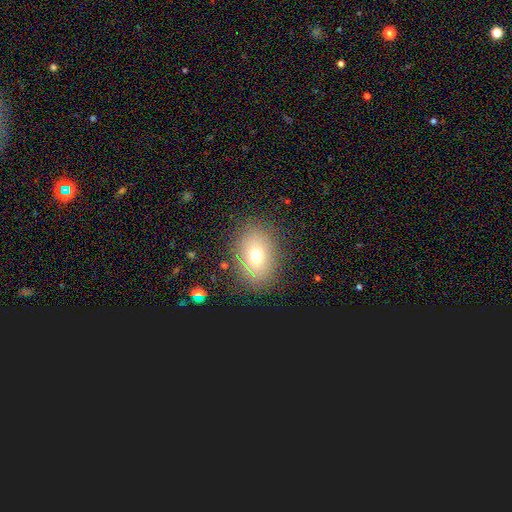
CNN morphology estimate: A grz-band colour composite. It shows a smooth galaxy with no disk features (64%) that is in between round and cigar-shaped (65%). Merging: none (81%).